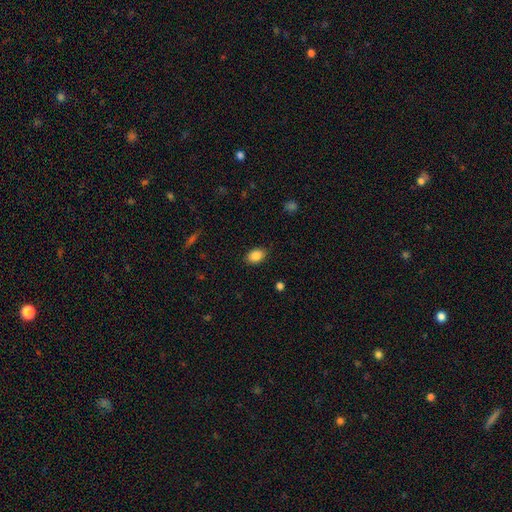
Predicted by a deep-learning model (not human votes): Overall: smooth (87%). How rounded: in between (80%). Merging: none (86%).